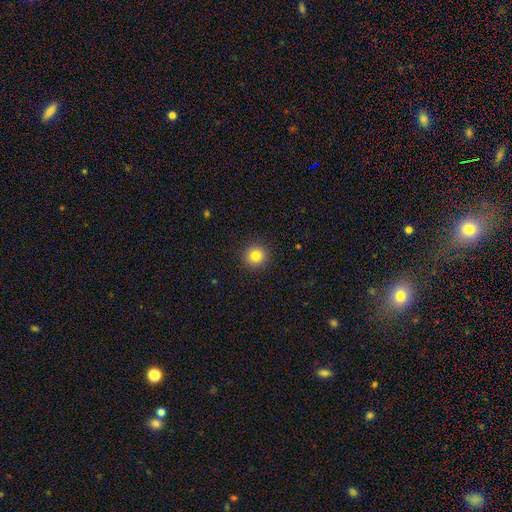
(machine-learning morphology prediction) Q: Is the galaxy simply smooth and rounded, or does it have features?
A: smooth — 83%.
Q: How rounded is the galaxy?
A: round — 94%.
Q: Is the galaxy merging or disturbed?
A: none — 92%.